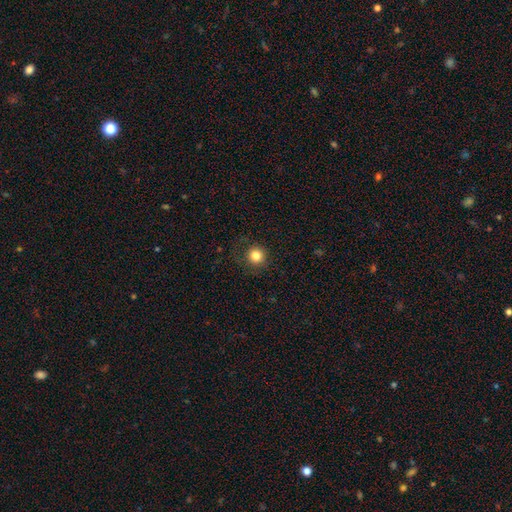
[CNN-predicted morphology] Smooth or featured: smooth — 83% (star or artifact — 12%)
How rounded: round — 94% (in between — 5%)
Merging: none — 85% (minor disturbance — 10%)